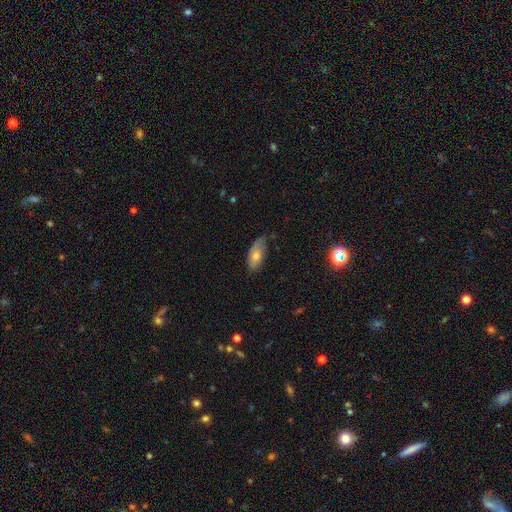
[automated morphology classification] This appears to be a smooth galaxy with no disk features (61%) that is in between round and cigar-shaped (83%). Merging: none (62%).